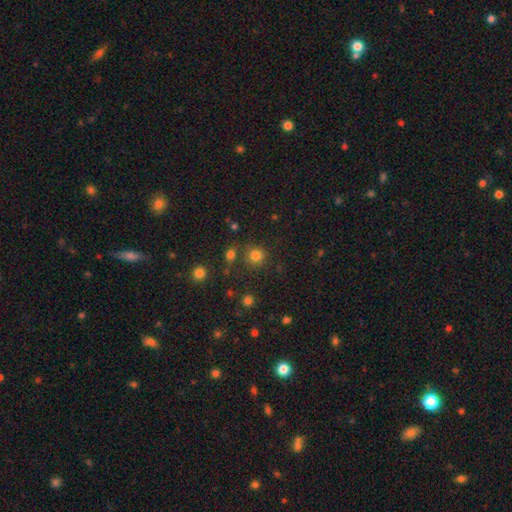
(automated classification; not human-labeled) smooth_or_featured: smooth (p=0.80) [alt: star or artifact p=0.15]
how_rounded: round (p=0.92) [alt: in between p=0.07]
merging: none (p=0.79) [alt: minor disturbance p=0.09]